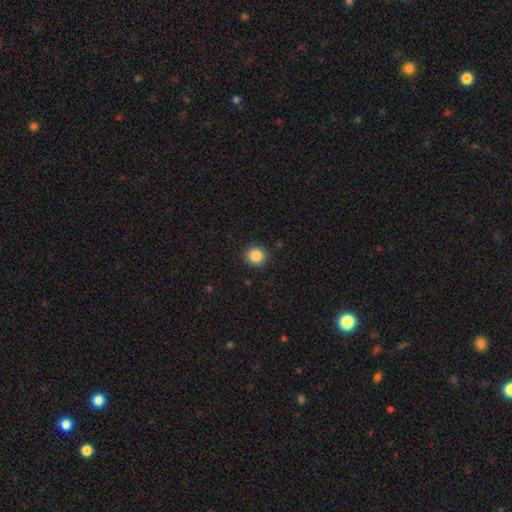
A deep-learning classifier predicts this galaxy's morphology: Smooth or featured?
  - smooth: 87% *
  - star or artifact: 10%
  - featured or disk: 4%
How rounded?
  - round: 88% *
  - in between: 11%
  - cigar-shaped: 1%
Merging?
  - none: 90% *
  - minor disturbance: 6%
  - major disturbance: 2%
  - merger: 1%